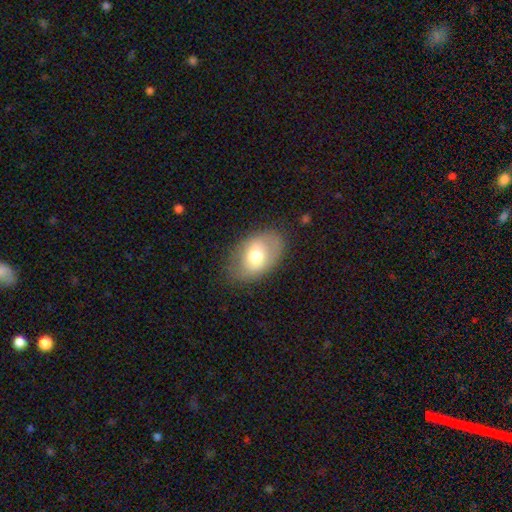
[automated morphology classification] smooth_or_featured: smooth (p=0.66) [alt: featured or disk p=0.27]
how_rounded: in between (p=0.86) [alt: round p=0.13]
merging: none (p=0.77) [alt: minor disturbance p=0.16]